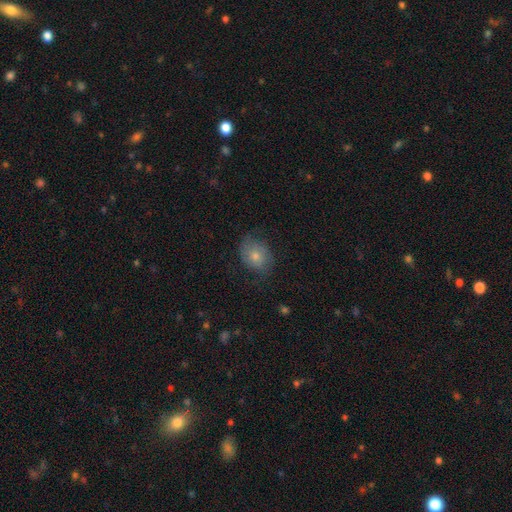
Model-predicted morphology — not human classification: type=smooth (63%); roundness=in between (53%); merging=none (64%).